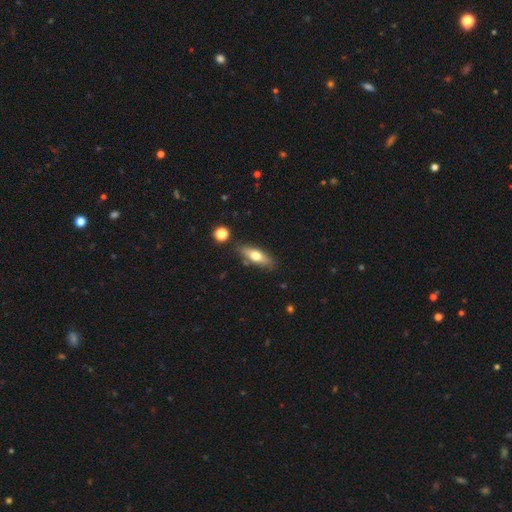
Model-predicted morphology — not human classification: smooth 63%, featured or disk 30%, star or artifact 7%. Down the decision tree: how rounded — in between (58%); merging — none (80%).